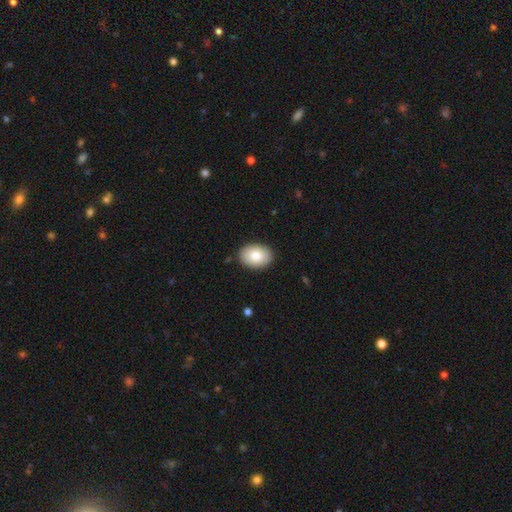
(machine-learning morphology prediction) type=smooth (83%); roundness=in between (81%); merging=none (89%).